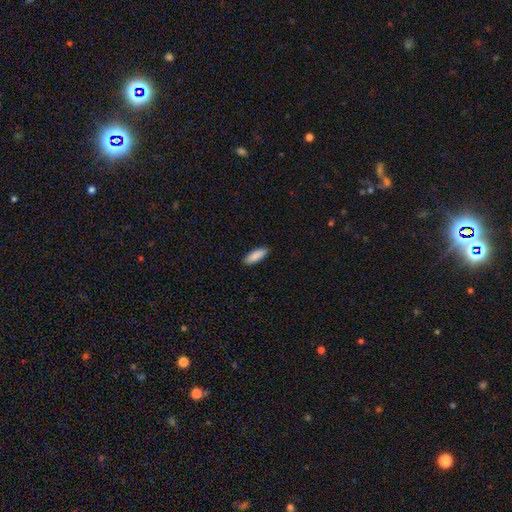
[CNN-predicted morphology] smooth_or_featured: smooth (p=0.90) [alt: star or artifact p=0.06]
how_rounded: in between (p=0.62) [alt: cigar-shaped p=0.37]
merging: none (p=0.89) [alt: minor disturbance p=0.08]